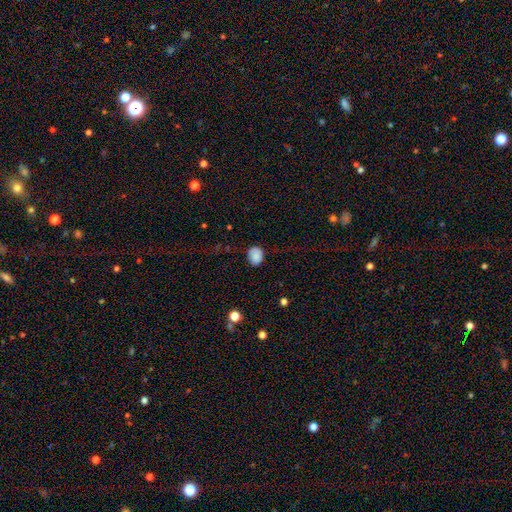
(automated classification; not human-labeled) This is clearly a smooth galaxy (86%). How rounded: possibly in between (50%). Merging: likely none (76%).